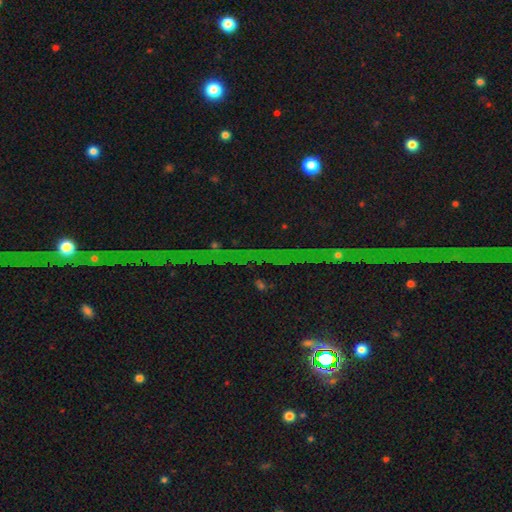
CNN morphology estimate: This appears to be a star or artifact, not a galaxy (83%).